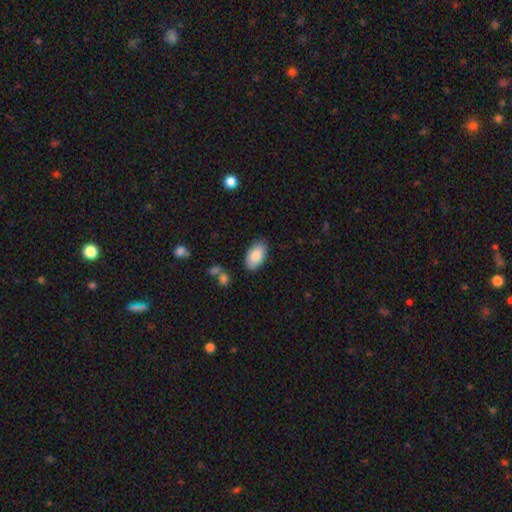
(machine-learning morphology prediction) Overall: smooth (87%). How rounded: in between (95%). Merging: none (83%).